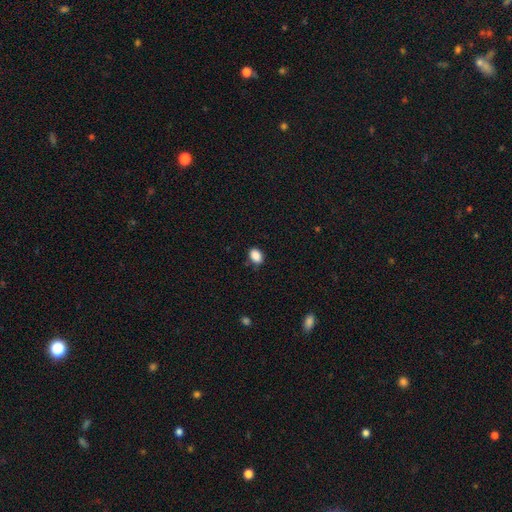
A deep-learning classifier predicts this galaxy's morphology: smooth_or_featured: smooth (p=0.89) [alt: star or artifact p=0.08]
how_rounded: in between (p=0.80) [alt: round p=0.19]
merging: none (p=0.82) [alt: minor disturbance p=0.14]